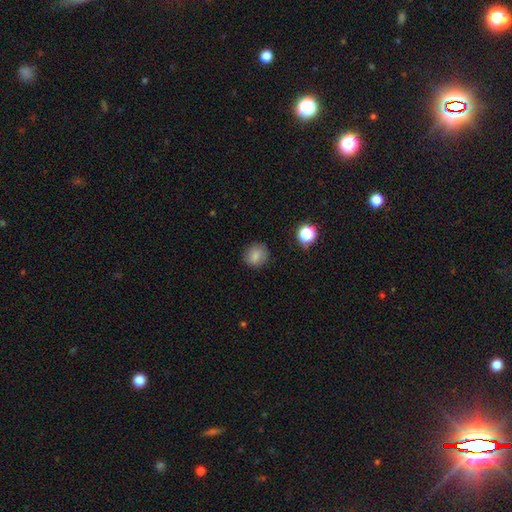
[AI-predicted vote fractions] smooth-or-featured: smooth: 81% | star or artifact: 12% | featured or disk: 7%
  how-rounded: round: 81% | in between: 18% | cigar-shaped: 1%
  merging: none: 85% | minor disturbance: 10% | major disturbance: 3% | merger: 2%